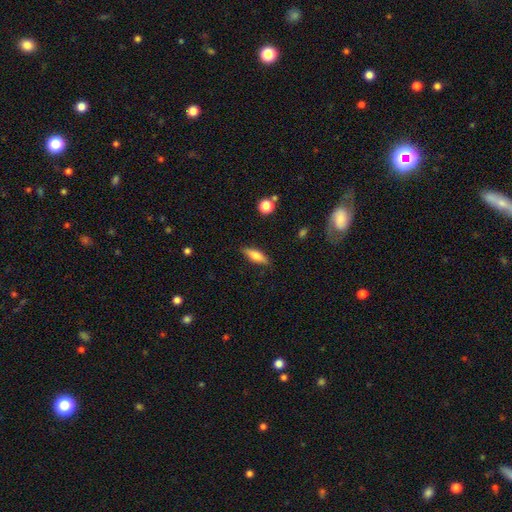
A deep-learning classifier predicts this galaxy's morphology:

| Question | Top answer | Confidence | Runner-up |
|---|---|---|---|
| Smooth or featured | smooth | 66% | featured or disk (27%) |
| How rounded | cigar-shaped | 51% | in between (46%) |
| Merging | none | 84% | minor disturbance (12%) |